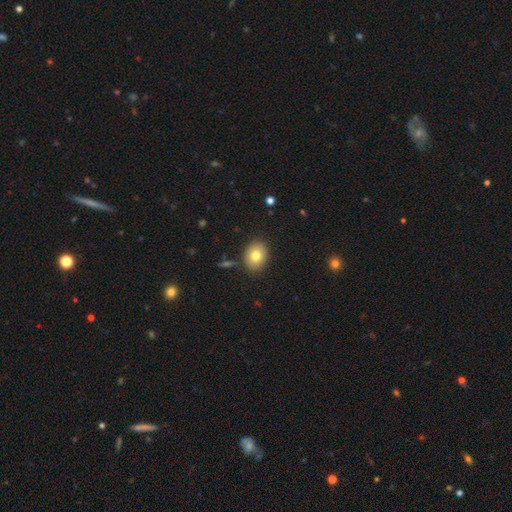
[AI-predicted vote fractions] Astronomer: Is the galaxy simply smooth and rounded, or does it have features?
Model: smooth — 78%.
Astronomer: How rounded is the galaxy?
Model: in between — 57% (runner-up: round, 42%).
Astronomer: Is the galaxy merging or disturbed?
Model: none — 87%.